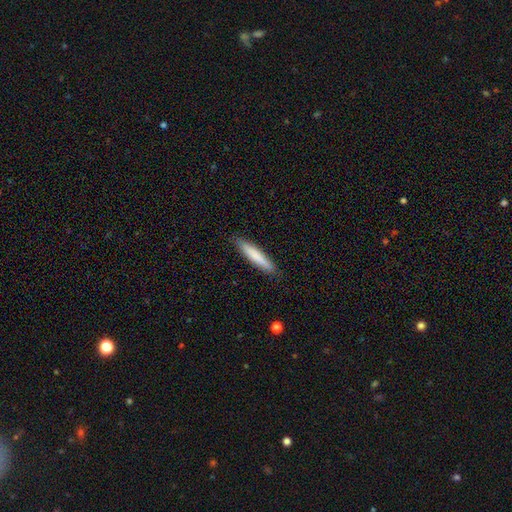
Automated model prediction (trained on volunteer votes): smooth-or-featured: smooth: 78% | featured or disk: 17% | star or artifact: 5%
  how-rounded: cigar-shaped: 91% | in between: 8% | round: 1%
  merging: none: 89% | minor disturbance: 8% | major disturbance: 2% | merger: 1%